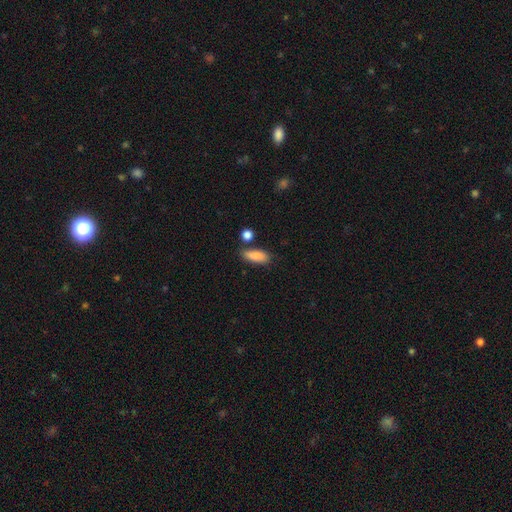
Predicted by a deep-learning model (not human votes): A smooth galaxy with no disk features (87%) that is in between round and cigar-shaped (74%).

Vote fractions:
- Smooth or featured? smooth: 87% / star or artifact: 7% / featured or disk: 6%
- How rounded? in between: 74% / cigar-shaped: 23% / round: 4%
- Merging? none: 70% / minor disturbance: 16% / merger: 10% / major disturbance: 4%